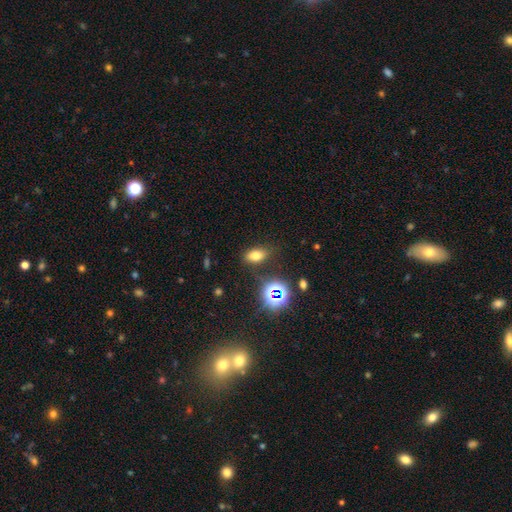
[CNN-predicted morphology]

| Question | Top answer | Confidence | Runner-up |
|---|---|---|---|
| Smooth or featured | smooth | 69% | star or artifact (22%) |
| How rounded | in between | 84% | round (12%) |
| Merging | none | 80% | minor disturbance (12%) |